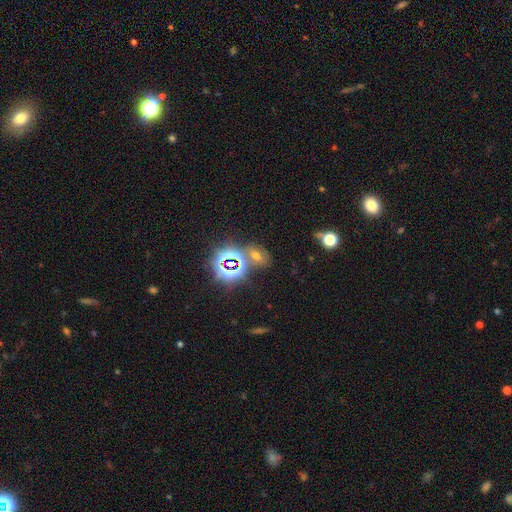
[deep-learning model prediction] This appears to be a star or artifact, not a galaxy (72%).